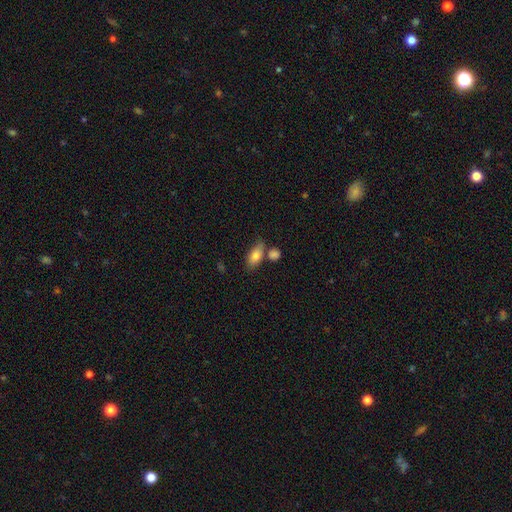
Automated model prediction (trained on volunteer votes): The model was most divided on "merging": none: 58%, merger: 21%, minor disturbance: 16%, major disturbance: 5%. More confident: how rounded — in between (84%); smooth or featured — smooth (78%).